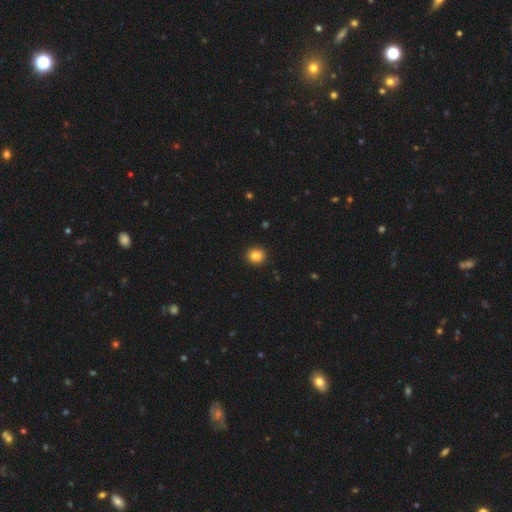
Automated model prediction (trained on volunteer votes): smooth-or-featured: smooth: 85% | star or artifact: 10% | featured or disk: 5%
  how-rounded: round: 84% | in between: 15% | cigar-shaped: 1%
  merging: none: 91% | minor disturbance: 6% | major disturbance: 2% | merger: 1%